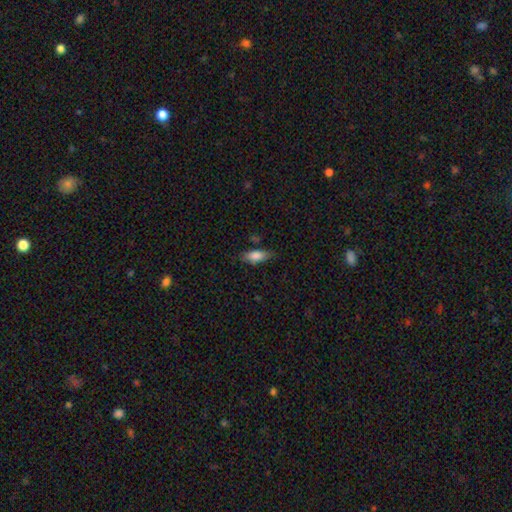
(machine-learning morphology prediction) A smooth galaxy with no disk features (81%) that is in between round and cigar-shaped (72%).

Vote fractions:
- Smooth or featured? smooth: 81% / featured or disk: 12% / star or artifact: 7%
- How rounded? in between: 72% / cigar-shaped: 26% / round: 2%
- Merging? none: 73% / minor disturbance: 20% / major disturbance: 4% / merger: 2%